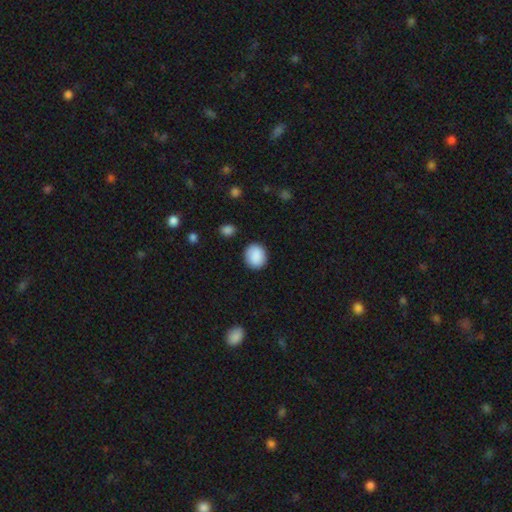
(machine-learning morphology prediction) smooth_or_featured: smooth (p=0.88) [alt: star or artifact p=0.07]
how_rounded: round (p=0.73) [alt: in between p=0.26]
merging: none (p=0.87) [alt: minor disturbance p=0.09]